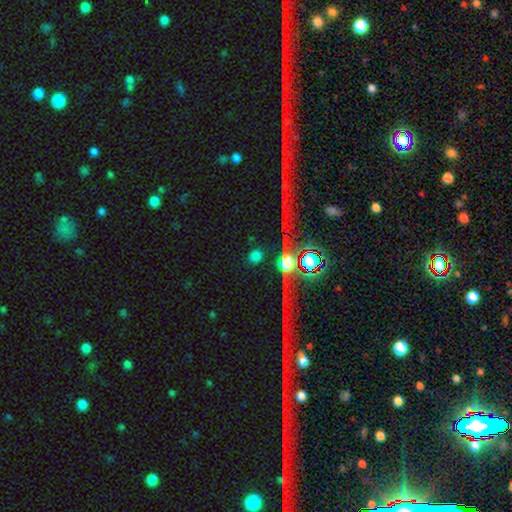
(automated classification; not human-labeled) smooth_or_featured: smooth (p=0.60) [alt: star or artifact p=0.31]
how_rounded: round (p=0.88) [alt: in between p=0.09]
merging: none (p=0.86) [alt: minor disturbance p=0.07]